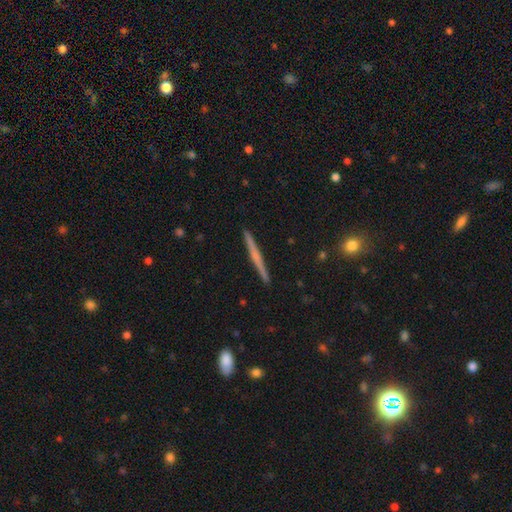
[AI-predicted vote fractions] A featured or disk galaxy (57%) viewed edge-on (98%) with no central bulge (68%). Merging: none (93%).